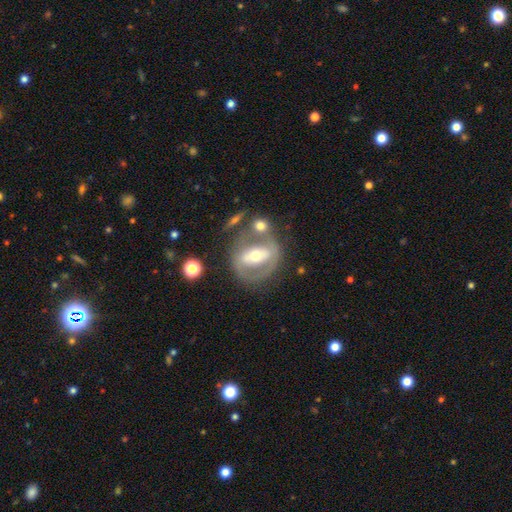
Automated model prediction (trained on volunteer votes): Q: Smooth or featured?
A: featured or disk (72%); runner-up: smooth (22%)
Q: Edge-on disk?
A: no (92%); runner-up: yes (8%)
Q: Bar?
A: strong (52%); runner-up: weak (26%)
Q: Spiral arms?
A: no (58%); runner-up: yes (42%)
Q: Bulge size?
A: moderate (65%); runner-up: small (27%)
Q: Merging?
A: none (55%); runner-up: minor disturbance (16%)